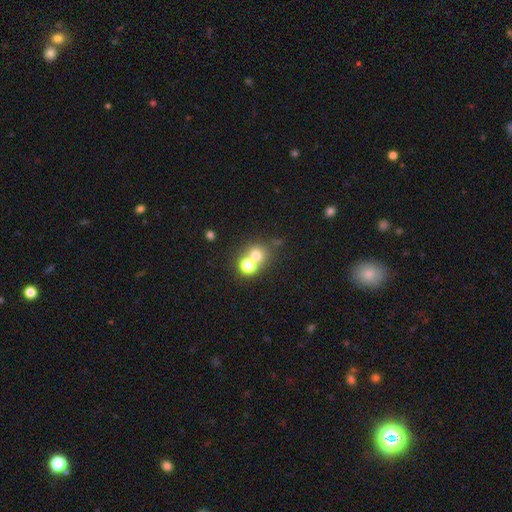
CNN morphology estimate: smooth 68%, star or artifact 19%, featured or disk 14%. Down the decision tree: how rounded — round (81%); merging — merger (46%).